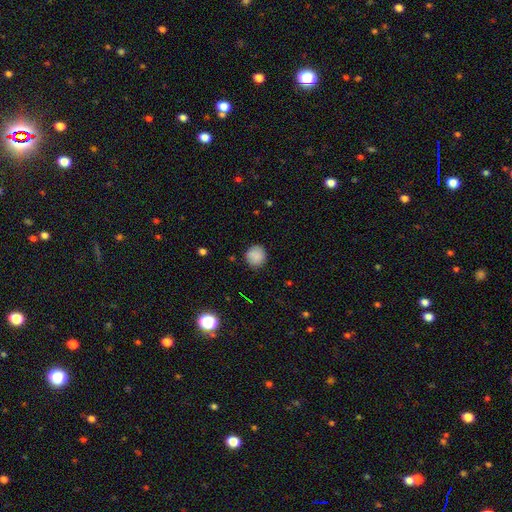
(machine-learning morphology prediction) This appears to be a smooth galaxy with no disk features (86%) that is round (88%). Merging: none (86%).